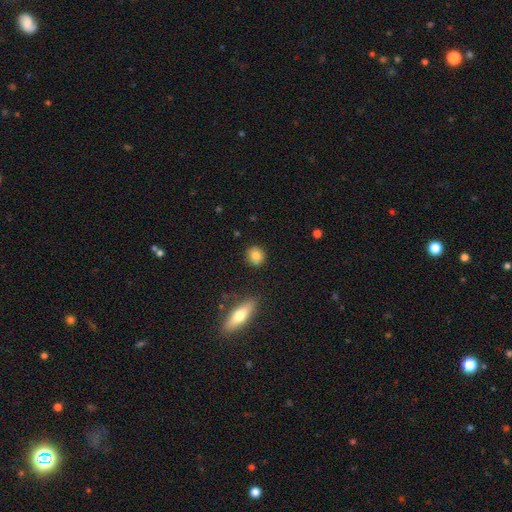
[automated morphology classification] Q: Smooth or featured?
A: smooth (82%); runner-up: featured or disk (10%)
Q: How rounded?
A: round (83%); runner-up: in between (15%)
Q: Merging?
A: none (88%); runner-up: minor disturbance (8%)